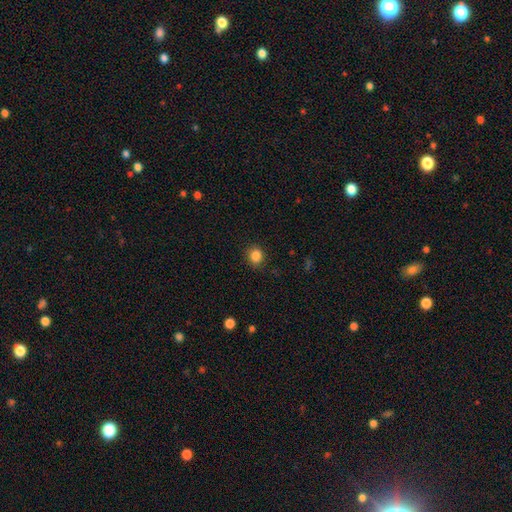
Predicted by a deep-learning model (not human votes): Smooth or featured?
  - smooth: 85% *
  - star or artifact: 11%
  - featured or disk: 4%
How rounded?
  - round: 81% *
  - in between: 18%
  - cigar-shaped: 1%
Merging?
  - none: 87% *
  - minor disturbance: 9%
  - major disturbance: 3%
  - merger: 1%